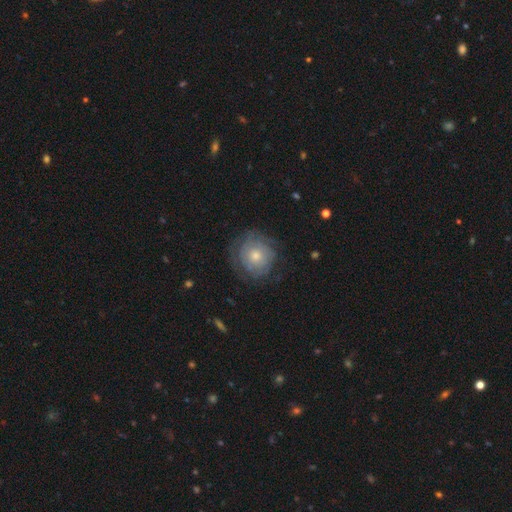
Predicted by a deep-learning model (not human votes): Smooth or featured? featured or disk (52%)
Edge-on disk? no (97%)
Bar? no (86%)
Spiral arms? yes (69%)
Bulge size? moderate (50%)
Merging? none (68%)